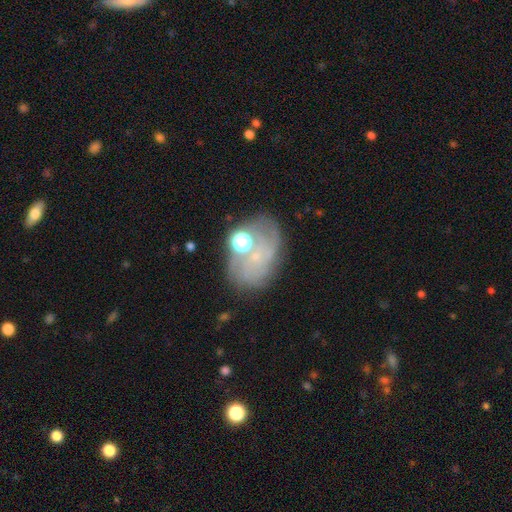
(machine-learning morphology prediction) Smooth or featured: featured or disk — 47% (smooth — 35%)
Merging: none — 56% (minor disturbance — 20%)